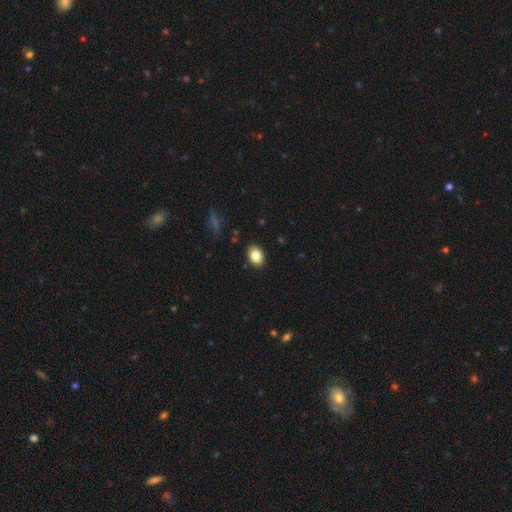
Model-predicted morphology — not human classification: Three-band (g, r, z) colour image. It shows a smooth galaxy with no disk features (83%) that is in between round and cigar-shaped (78%). Merging: none (88%).